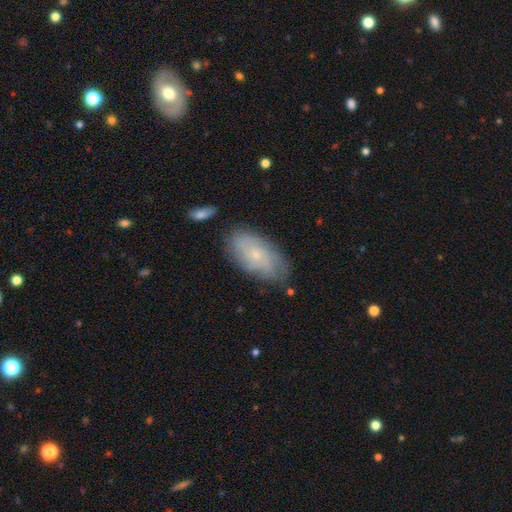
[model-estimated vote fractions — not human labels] A smooth galaxy with no disk features (47%).

Vote fractions:
- Smooth or featured? smooth: 47% / featured or disk: 40% / star or artifact: 12%
- Merging? none: 77% / minor disturbance: 17% / major disturbance: 4% / merger: 2%